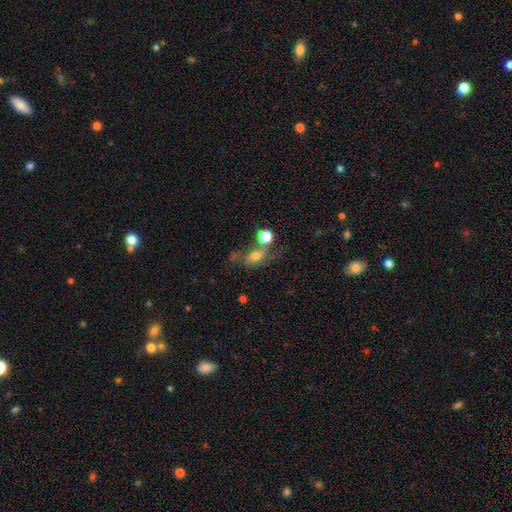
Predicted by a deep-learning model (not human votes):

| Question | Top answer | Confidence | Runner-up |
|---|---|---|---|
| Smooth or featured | smooth | 54% | featured or disk (29%) |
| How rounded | in between | 62% | round (31%) |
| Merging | none | 36% | merger (26%) |